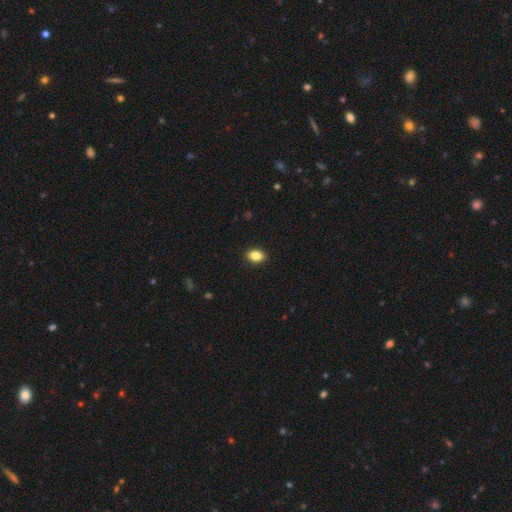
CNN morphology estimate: A smooth galaxy with no disk features (85%) that is in between round and cigar-shaped (82%). Merging: none (90%).